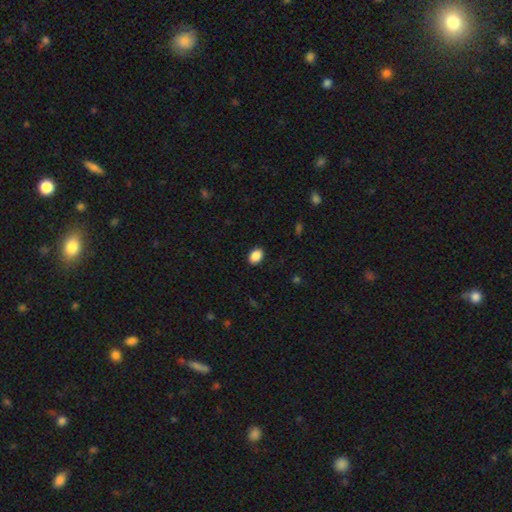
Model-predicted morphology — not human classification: Overall: smooth (89%). How rounded: in between (78%). Merging: none (89%).